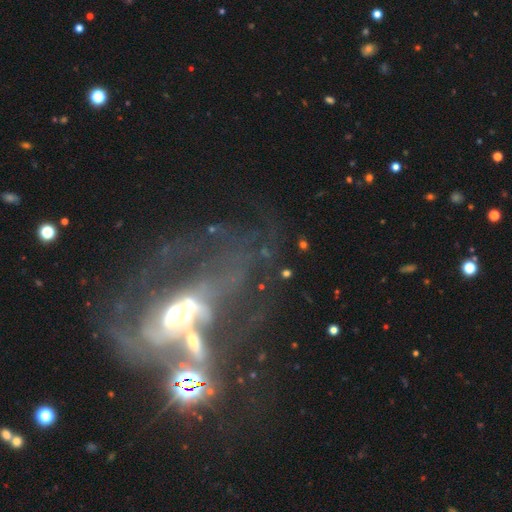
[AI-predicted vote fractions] Smooth or featured? featured or disk (70%)
Edge-on disk? no (90%)
Bar? no (49%)
Spiral arms? yes (59%)
Bulge size? moderate (50%)
Merging? merger (33%)